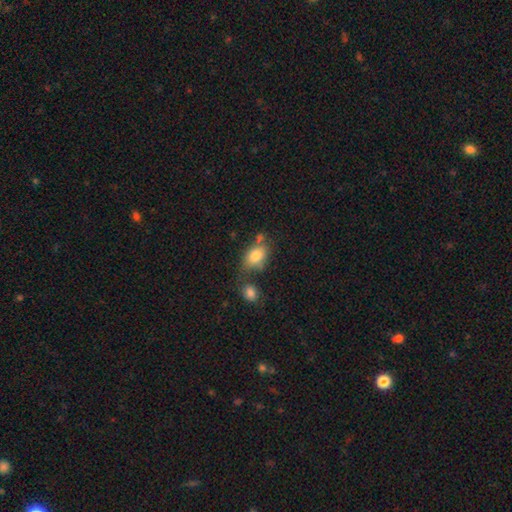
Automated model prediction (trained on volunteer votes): This appears to be a smooth galaxy with no disk features (81%) that is in between round and cigar-shaped (82%). Merging: none (51%).